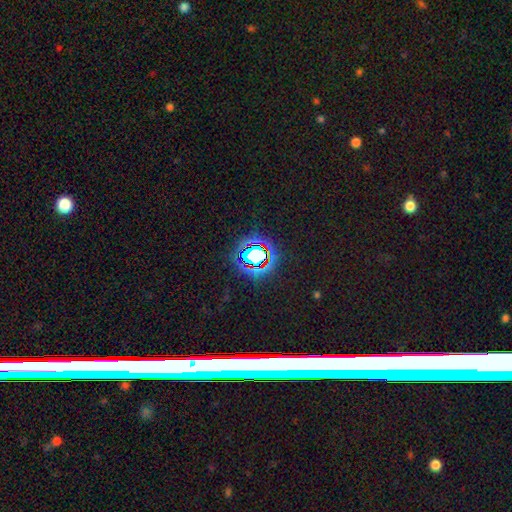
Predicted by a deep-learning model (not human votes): A star or artifact, not a galaxy (69%).

Vote fractions:
- Smooth or featured? star or artifact: 69% / smooth: 19% / featured or disk: 11%